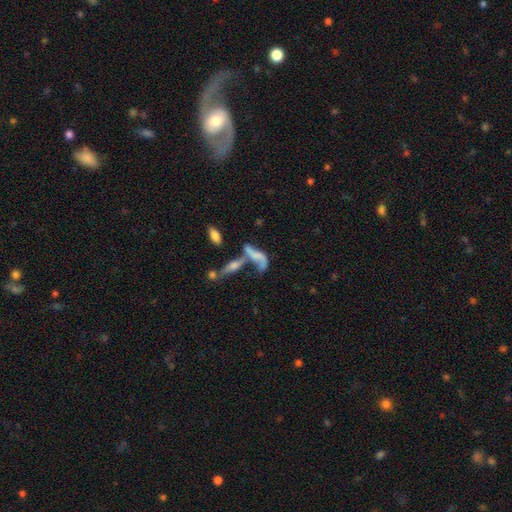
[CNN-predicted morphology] Smooth or featured: featured or disk — 48% (smooth — 40%)
Merging: merger — 48% (none — 23%)